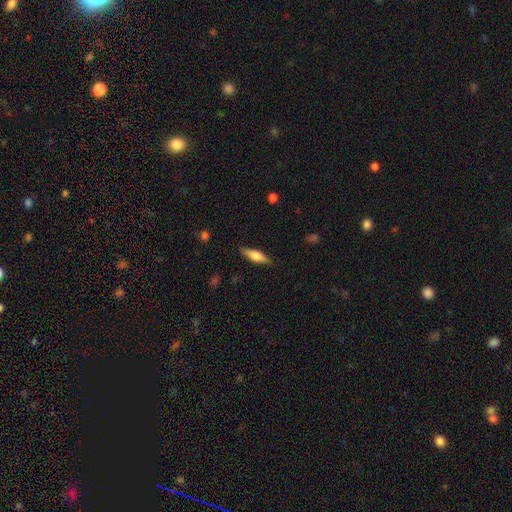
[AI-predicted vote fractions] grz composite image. It shows a smooth galaxy with no disk features (60%) that is cigar-shaped (56%). Merging: none (87%).